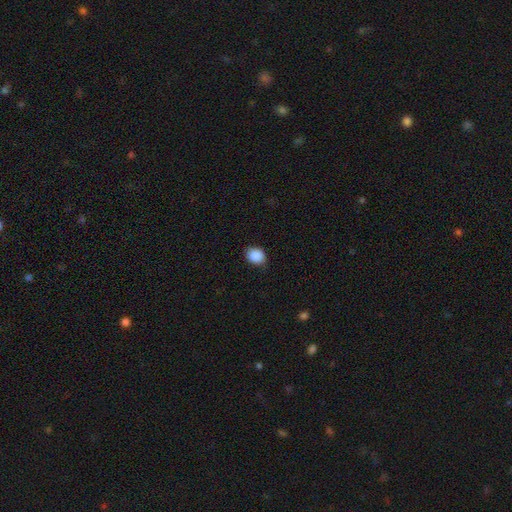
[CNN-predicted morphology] Q: Smooth or featured?
A: smooth (89%); runner-up: star or artifact (8%)
Q: How rounded?
A: round (52%); runner-up: in between (47%)
Q: Merging?
A: none (82%); runner-up: minor disturbance (14%)